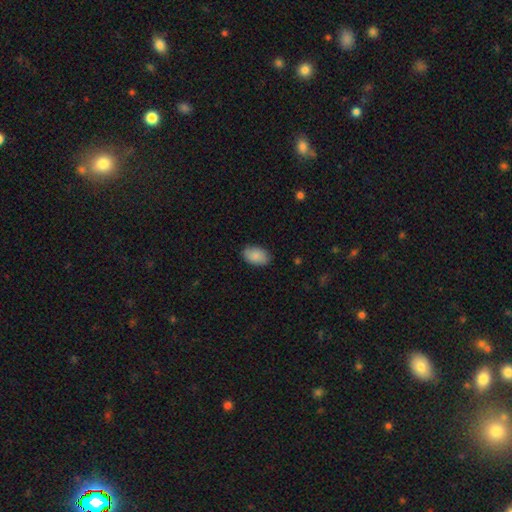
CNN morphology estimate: Smooth or featured? Predicted: smooth (p=0.88). How rounded? Predicted: in between (p=0.92). Merging? Predicted: none (p=0.84).